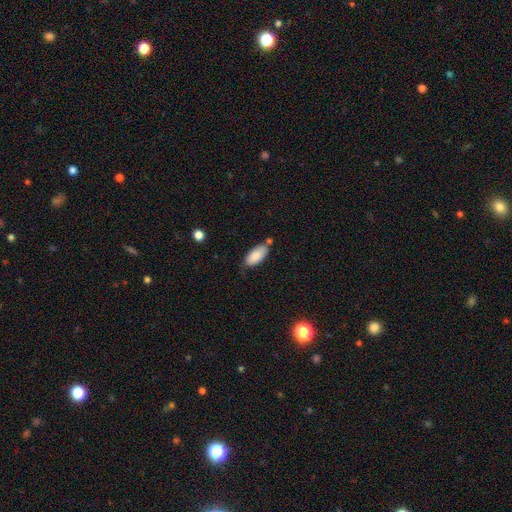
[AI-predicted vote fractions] Smooth or featured? Predicted: smooth (p=0.85). How rounded? Predicted: in between (p=0.90). Merging? Predicted: none (p=0.66).